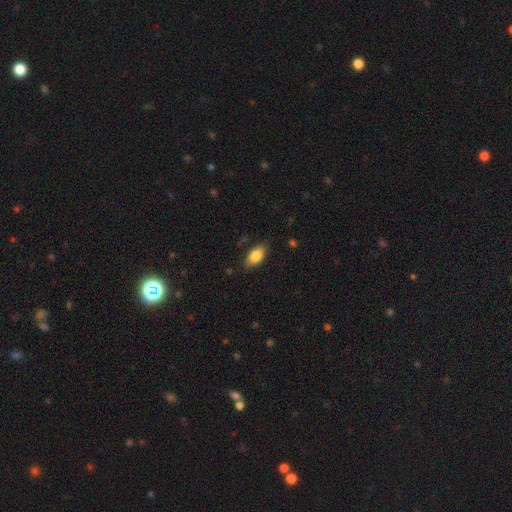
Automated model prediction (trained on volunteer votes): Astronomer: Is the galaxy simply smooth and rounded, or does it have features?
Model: smooth — 82%.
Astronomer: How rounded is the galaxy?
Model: in between — 89%.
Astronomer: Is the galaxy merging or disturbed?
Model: none — 81%.